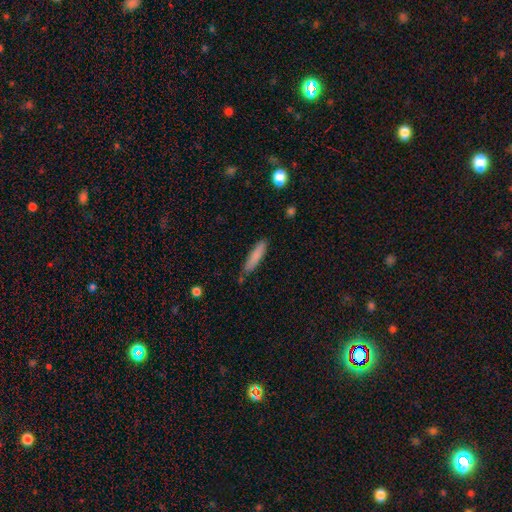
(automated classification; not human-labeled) The model was most divided on "merging": none: 75%, minor disturbance: 18%, merger: 3%, major disturbance: 3%. More confident: how rounded — cigar-shaped (83%); smooth or featured — smooth (83%).